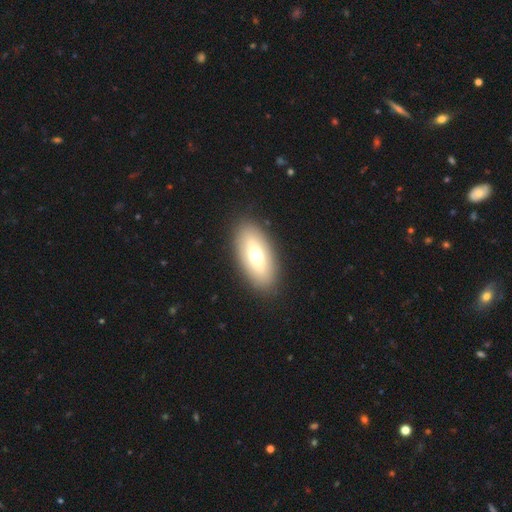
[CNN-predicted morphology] A smooth galaxy with no disk features (64%) that is in between round and cigar-shaped (87%).

Vote fractions:
- Smooth or featured? smooth: 64% / featured or disk: 30% / star or artifact: 7%
- How rounded? in between: 87% / cigar-shaped: 10% / round: 3%
- Merging? none: 89% / minor disturbance: 7% / major disturbance: 2% / merger: 1%